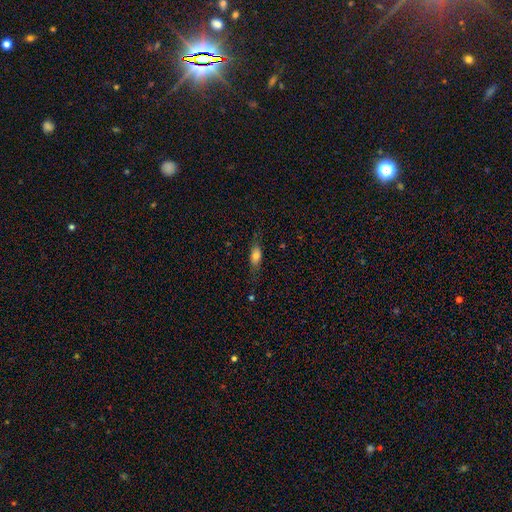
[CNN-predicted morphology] Smooth or featured? smooth (69%)
How rounded? in between (70%)
Merging? none (70%)